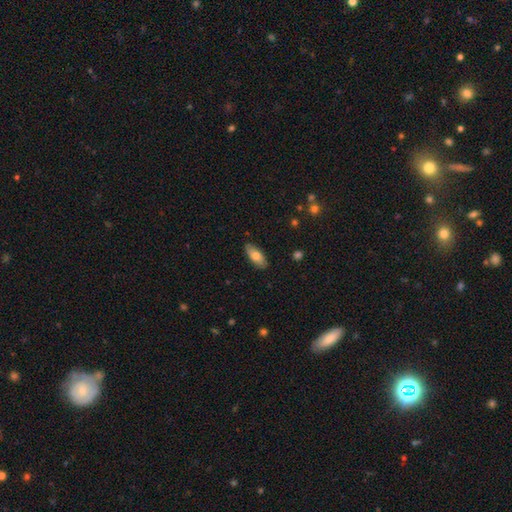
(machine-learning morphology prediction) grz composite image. It shows a smooth galaxy with no disk features (76%) that is in between round and cigar-shaped (82%). Merging: none (87%).